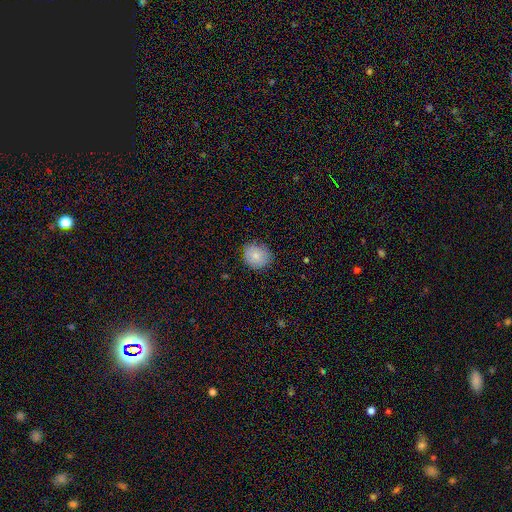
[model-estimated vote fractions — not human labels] Morphology: type=smooth (80%); roundness=round (68%); merging=none (81%).